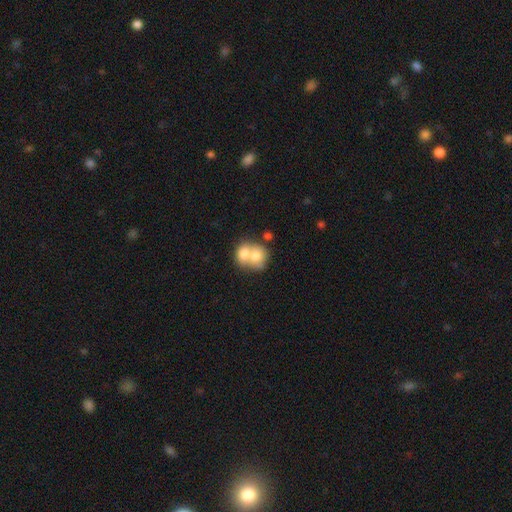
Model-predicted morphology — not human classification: A smooth galaxy with no disk features (71%) that is round (68%).

Vote fractions:
- Smooth or featured? smooth: 71% / featured or disk: 21% / star or artifact: 8%
- How rounded? round: 68% / in between: 31% / cigar-shaped: 1%
- Merging? merger: 69% / none: 21% / minor disturbance: 6% / major disturbance: 3%